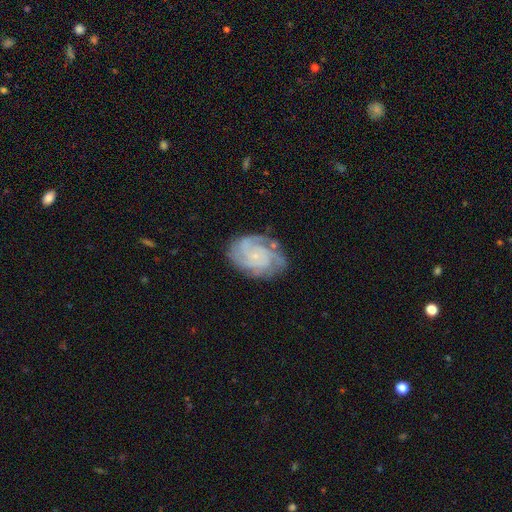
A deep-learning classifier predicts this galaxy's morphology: Smooth or featured? Predicted: featured or disk (p=0.86). Edge-on disk? Predicted: no (p=0.98). Bar? Predicted: no (p=0.76). Spiral arms? Predicted: yes (p=0.98). Spiral winding? Predicted: tight (p=0.65). Spiral arm count? Predicted: 3 (p=0.33). Bulge size? Predicted: small (p=0.82). Merging? Predicted: none (p=0.74).